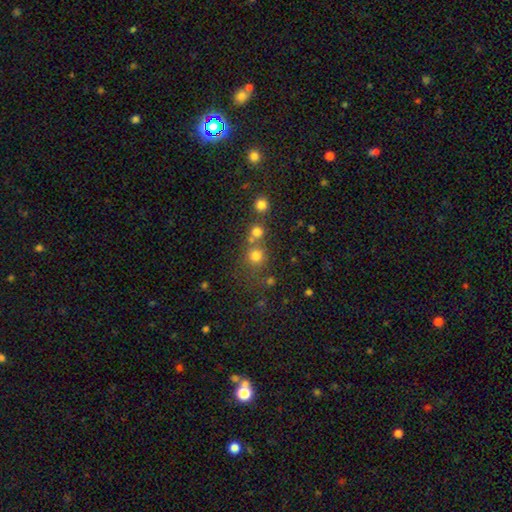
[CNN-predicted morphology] A smooth galaxy with no disk features (72%) that is round (89%).

Vote fractions:
- Smooth or featured? smooth: 72% / star or artifact: 19% / featured or disk: 9%
- How rounded? round: 89% / in between: 10% / cigar-shaped: 1%
- Merging? none: 61% / merger: 26% / minor disturbance: 8% / major disturbance: 4%